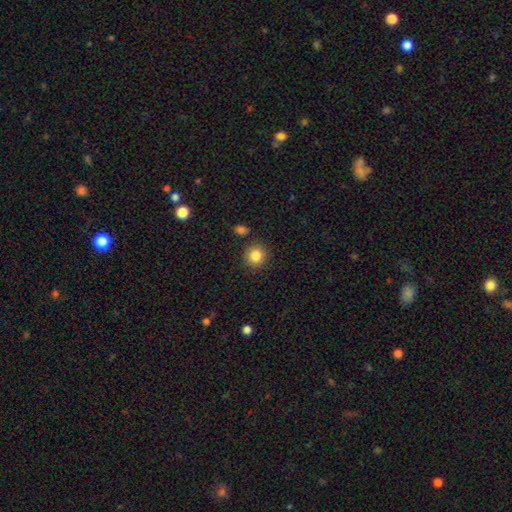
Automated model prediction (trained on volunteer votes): Overall: smooth (86%). How rounded: round (88%). Merging: none (87%).